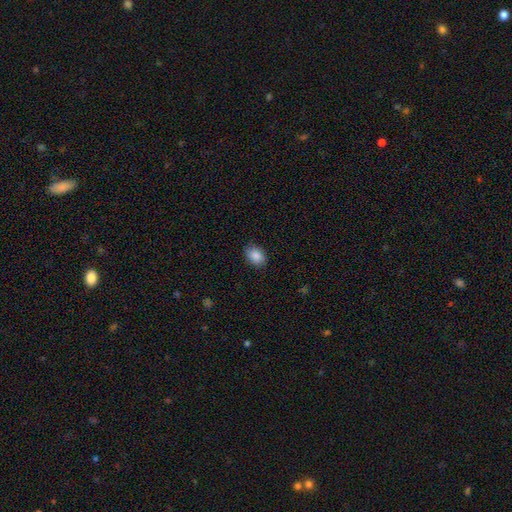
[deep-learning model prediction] This appears to be a smooth galaxy with no disk features (88%) that is in between round and cigar-shaped (73%). Merging: none (84%).